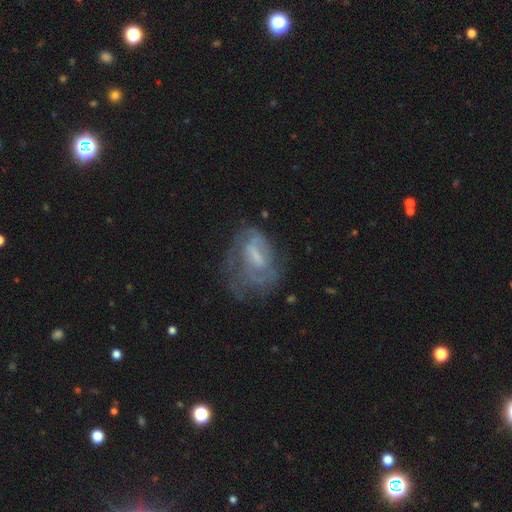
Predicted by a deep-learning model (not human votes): This is likely a featured or disk galaxy (63%). It is clearly not viewed edge-on (95%). Bar: possibly weak (46%). Spiral arm pattern: possibly yes (53%). Central bulge: marginally small (36%). Merging: possibly none (45%).